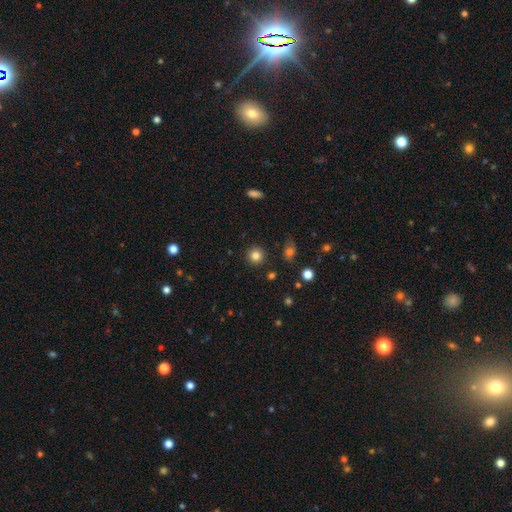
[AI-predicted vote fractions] Morphology: type=smooth (82%); roundness=round (93%); merging=none (90%).